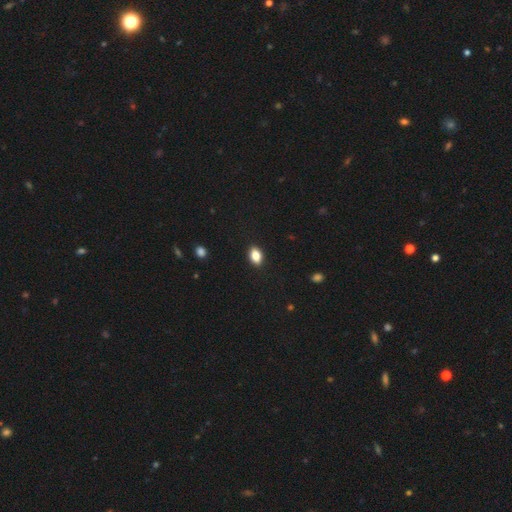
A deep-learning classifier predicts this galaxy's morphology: A smooth galaxy with no disk features (83%) that is in between round and cigar-shaped (84%).

Vote fractions:
- Smooth or featured? smooth: 83% / star or artifact: 9% / featured or disk: 8%
- How rounded? in between: 84% / round: 13% / cigar-shaped: 3%
- Merging? none: 89% / minor disturbance: 8% / major disturbance: 2% / merger: 1%